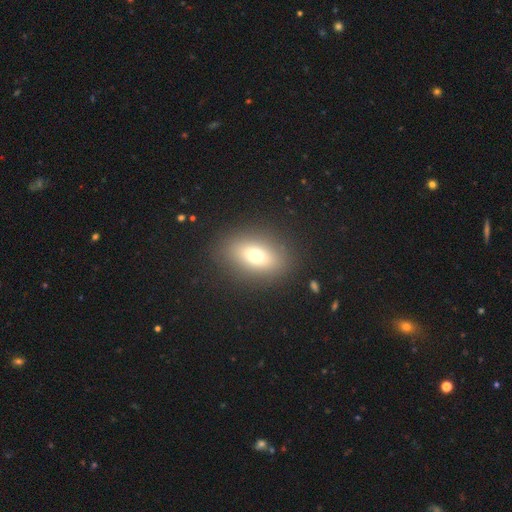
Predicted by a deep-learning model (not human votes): Smooth or featured? Predicted: smooth (p=0.70). How rounded? Predicted: in between (p=0.77). Merging? Predicted: none (p=0.87).